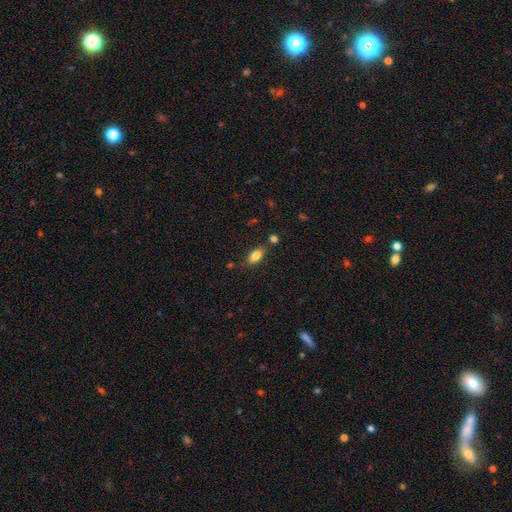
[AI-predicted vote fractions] This appears to be a smooth galaxy with no disk features (81%) that is in between round and cigar-shaped (89%). Merging: none (78%).